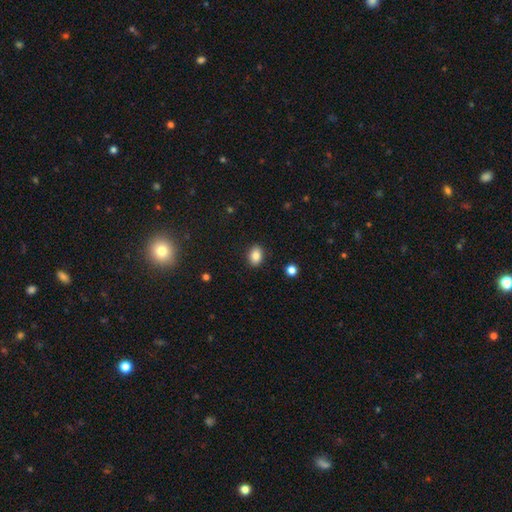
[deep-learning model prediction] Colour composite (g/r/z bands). It shows a smooth galaxy with no disk features (86%) that is in between round and cigar-shaped (74%). Merging: none (89%).